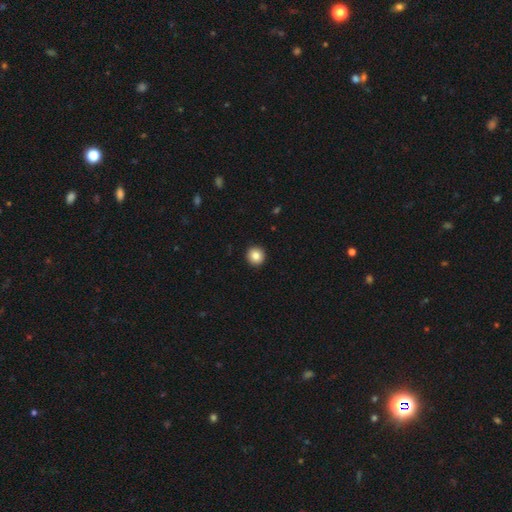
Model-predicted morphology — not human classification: Overall: smooth (85%). How rounded: round (94%). Merging: none (94%).